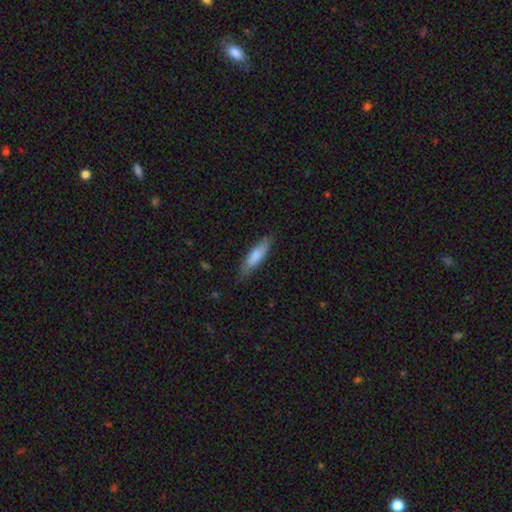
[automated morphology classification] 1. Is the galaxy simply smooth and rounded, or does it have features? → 79% smooth, 15% featured or disk, 5% star or artifact.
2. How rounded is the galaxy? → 69% cigar-shaped, 29% in between, 1% round.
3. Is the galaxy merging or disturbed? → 82% none, 14% minor disturbance, 3% major disturbance, 1% merger.